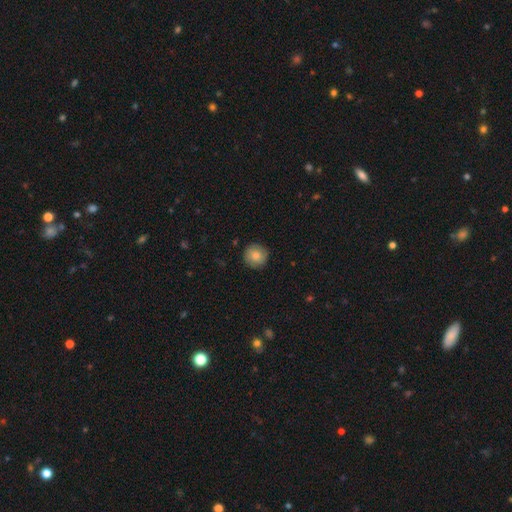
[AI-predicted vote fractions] A smooth galaxy with no disk features (83%) that is round (94%). Merging: none (88%).